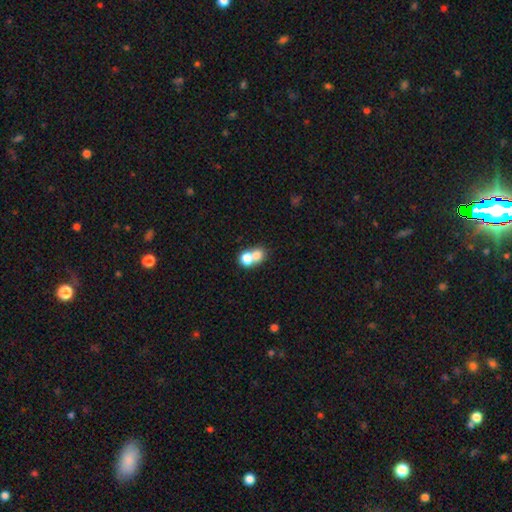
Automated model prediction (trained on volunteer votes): smooth-or-featured: smooth: 74% | featured or disk: 16% | star or artifact: 10%
  how-rounded: round: 67% | in between: 31% | cigar-shaped: 1%
  merging: merger: 66% | none: 26% | minor disturbance: 5% | major disturbance: 3%